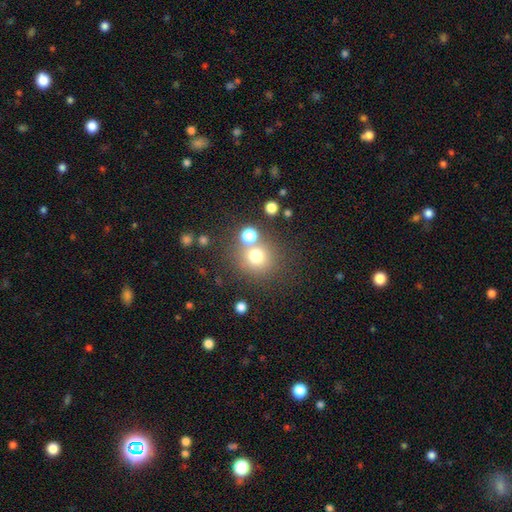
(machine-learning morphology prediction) Smooth or featured: smooth — 73% (star or artifact — 17%)
How rounded: round — 89% (in between — 10%)
Merging: none — 68% (merger — 18%)